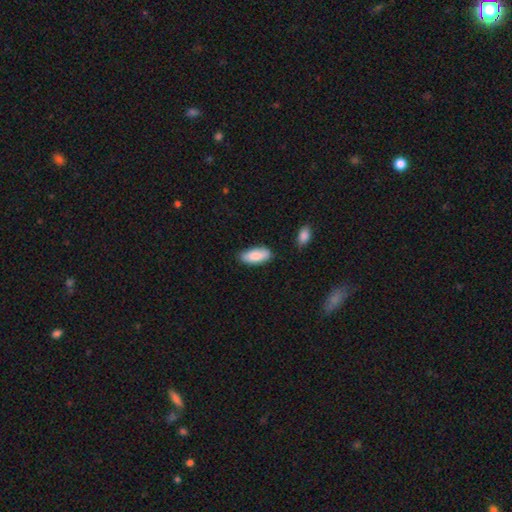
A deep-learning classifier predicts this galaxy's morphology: Smooth or featured? smooth (85%)
How rounded? in between (88%)
Merging? none (79%)